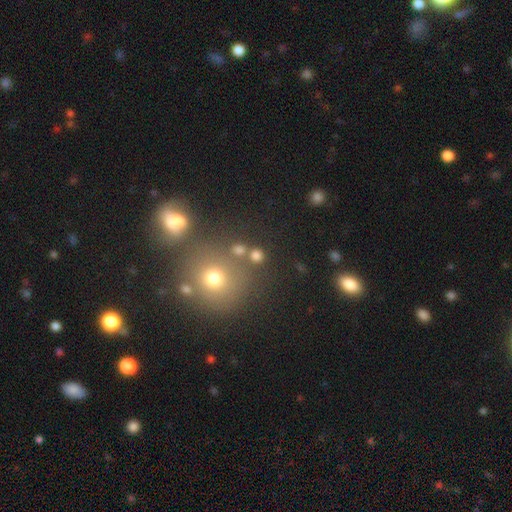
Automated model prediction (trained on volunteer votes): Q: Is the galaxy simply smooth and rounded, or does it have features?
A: smooth — 74%.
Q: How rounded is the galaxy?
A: round — 90%.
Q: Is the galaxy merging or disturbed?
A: none — 75%.